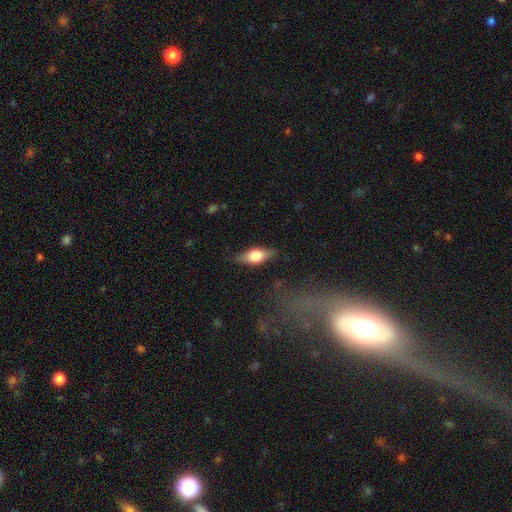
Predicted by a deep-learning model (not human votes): This is likely a smooth galaxy (64%). How rounded: likely in between (79%). Merging: clearly none (81%).